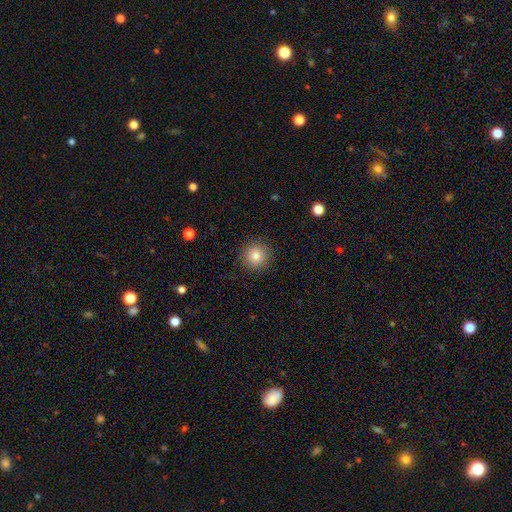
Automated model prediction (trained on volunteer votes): This appears to be a smooth galaxy with no disk features (83%) that is round (94%). Merging: none (90%).